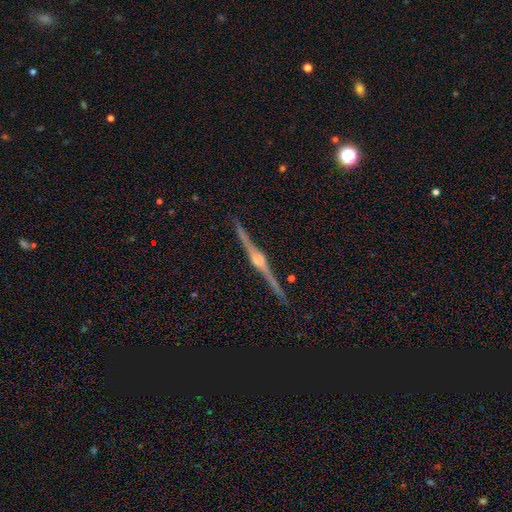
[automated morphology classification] This appears to be a featured or disk galaxy (90%) viewed edge-on (99%) with a rounded central bulge (90%). Merging: none (92%).